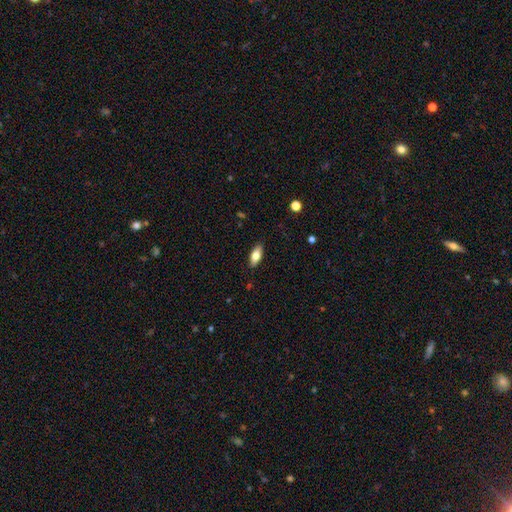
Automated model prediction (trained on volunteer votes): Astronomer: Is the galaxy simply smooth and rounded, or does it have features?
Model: smooth — 75%.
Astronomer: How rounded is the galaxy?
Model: in between — 83%.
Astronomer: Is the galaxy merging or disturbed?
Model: none — 87%.